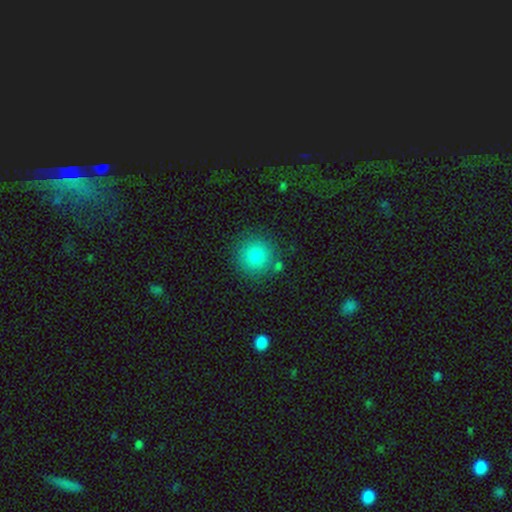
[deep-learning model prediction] The model was most divided on "smooth or featured": smooth: 84%, star or artifact: 10%, featured or disk: 6%. More confident: how rounded — round (94%); merging — none (84%).